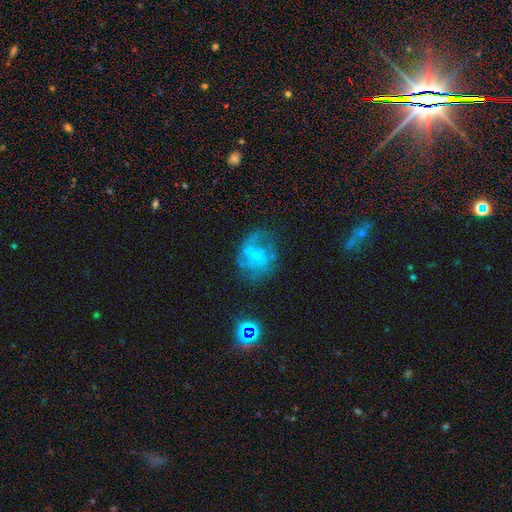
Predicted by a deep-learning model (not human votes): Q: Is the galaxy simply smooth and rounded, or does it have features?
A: featured or disk — 55%.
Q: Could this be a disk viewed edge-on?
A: no — 98%.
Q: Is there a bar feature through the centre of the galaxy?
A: no — 57%.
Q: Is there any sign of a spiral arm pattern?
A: yes — 59%.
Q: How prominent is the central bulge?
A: none — 47%.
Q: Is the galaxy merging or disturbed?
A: none — 47%.